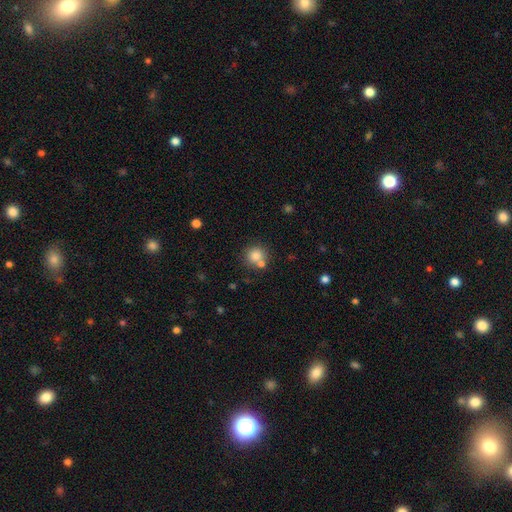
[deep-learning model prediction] A smooth galaxy with no disk features (81%) that is round (89%).

Vote fractions:
- Smooth or featured? smooth: 81% / star or artifact: 11% / featured or disk: 8%
- How rounded? round: 89% / in between: 10% / cigar-shaped: 1%
- Merging? none: 65% / merger: 22% / minor disturbance: 10% / major disturbance: 4%